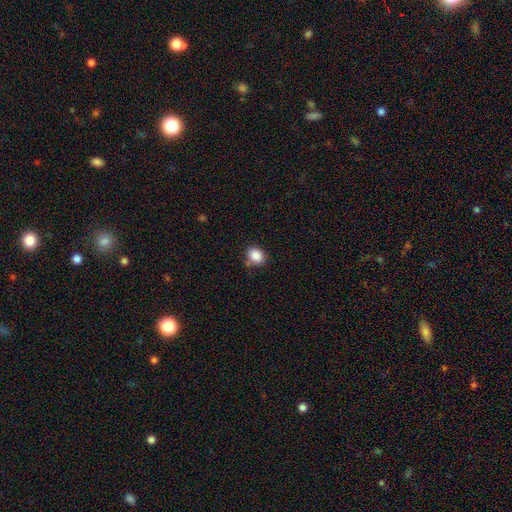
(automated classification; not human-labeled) Smooth or featured? smooth (86%)
How rounded? round (51%)
Merging? none (76%)